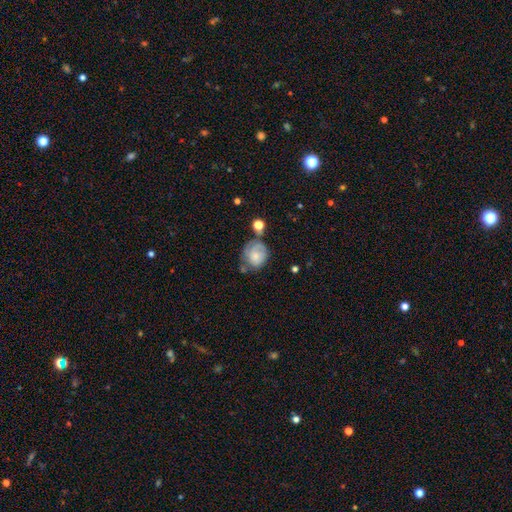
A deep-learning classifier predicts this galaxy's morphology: Smooth or featured? smooth (56%)
How rounded? round (67%)
Merging? none (40%)